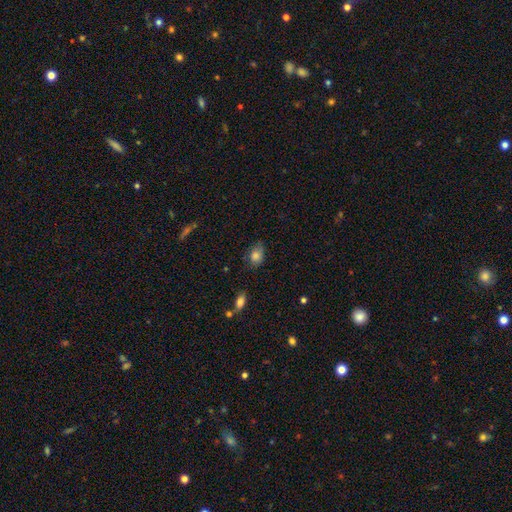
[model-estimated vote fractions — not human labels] Overall: smooth (82%). How rounded: in between (78%). Merging: none (59%; minor disturbance 32%).